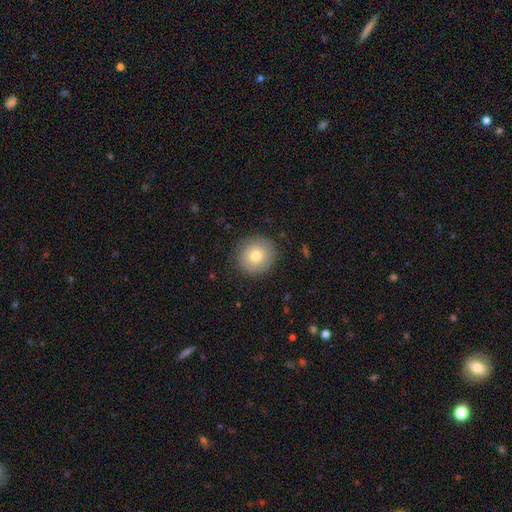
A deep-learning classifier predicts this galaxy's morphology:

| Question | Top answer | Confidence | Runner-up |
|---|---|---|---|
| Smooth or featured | smooth | 75% | featured or disk (15%) |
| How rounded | round | 93% | in between (6%) |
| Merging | none | 88% | minor disturbance (8%) |